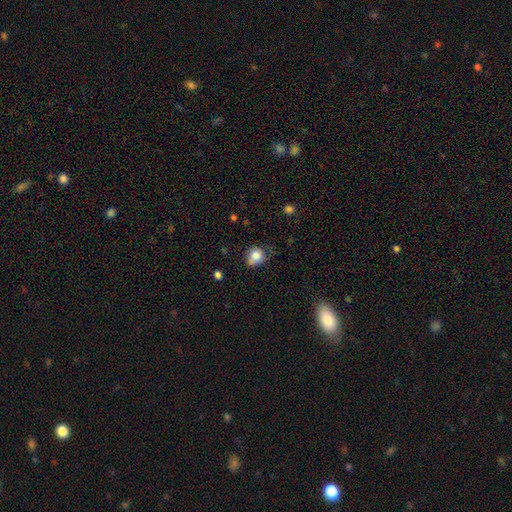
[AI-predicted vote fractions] Morphology: type=smooth (81%); roundness=round (73%); merging=none (50%).